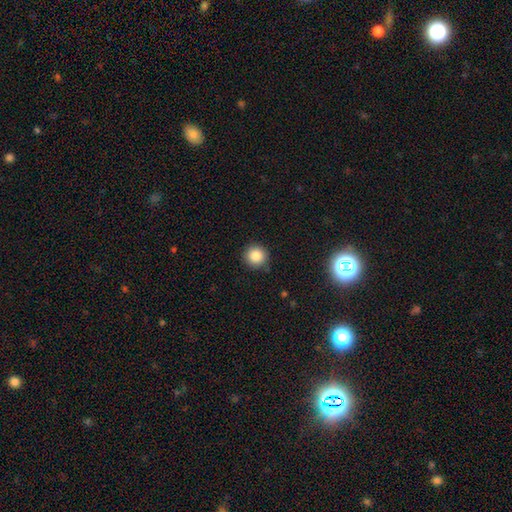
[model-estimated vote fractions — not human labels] smooth_or_featured: smooth (p=0.86) [alt: star or artifact p=0.10]
how_rounded: round (p=0.94) [alt: in between p=0.05]
merging: none (p=0.88) [alt: minor disturbance p=0.08]